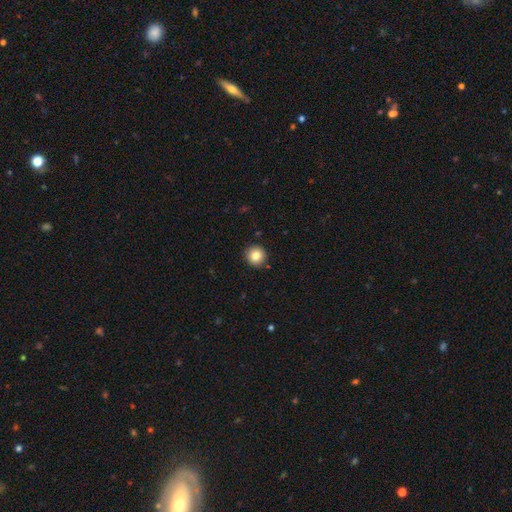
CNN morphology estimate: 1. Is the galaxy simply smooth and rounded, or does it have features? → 83% smooth, 10% star or artifact, 7% featured or disk.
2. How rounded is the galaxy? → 95% round, 4% in between, 1% cigar-shaped.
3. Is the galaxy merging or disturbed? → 91% none, 6% minor disturbance, 2% major disturbance, 1% merger.